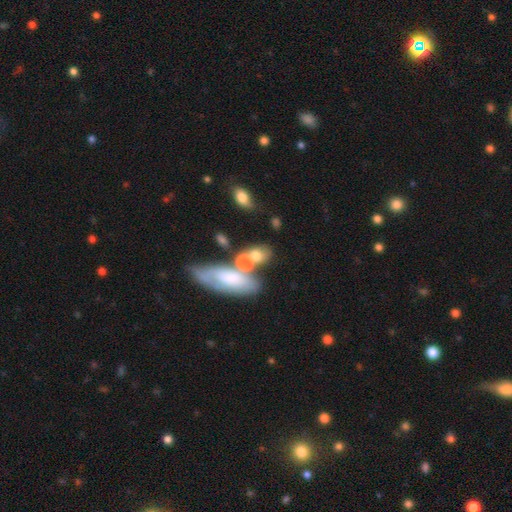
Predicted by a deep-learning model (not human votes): This appears to be a smooth galaxy with no disk features (68%) that is in between round and cigar-shaped (68%). Merging: merger (42%).